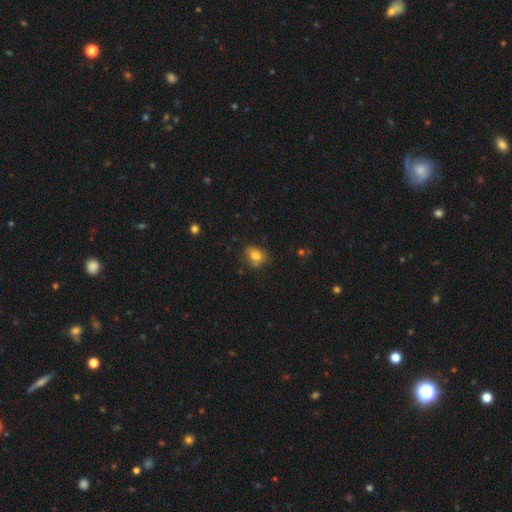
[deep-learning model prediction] The model was most divided on "how rounded": in between: 52%, round: 46%, cigar-shaped: 1%. More confident: smooth or featured — smooth (78%); merging — none (71%).